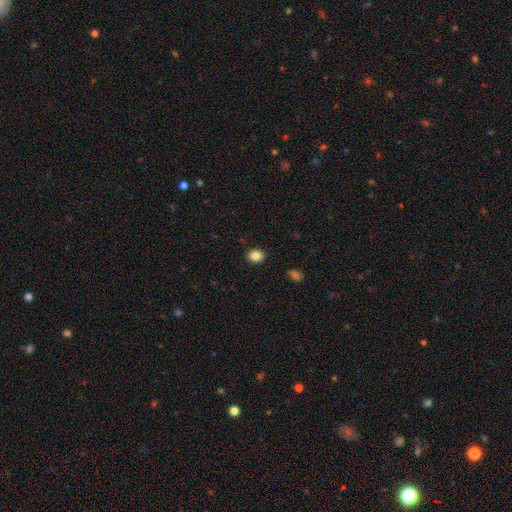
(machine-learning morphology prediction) smooth 85%, star or artifact 9%, featured or disk 5%. Down the decision tree: how rounded — in between (53%); merging — none (90%).